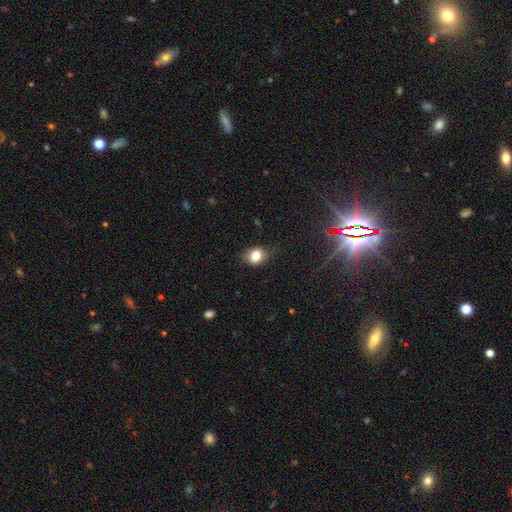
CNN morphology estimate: Smooth or featured?
  - smooth: 78% *
  - star or artifact: 11%
  - featured or disk: 11%
How rounded?
  - in between: 56% *
  - round: 42%
  - cigar-shaped: 1%
Merging?
  - none: 72% *
  - minor disturbance: 21%
  - major disturbance: 5%
  - merger: 1%